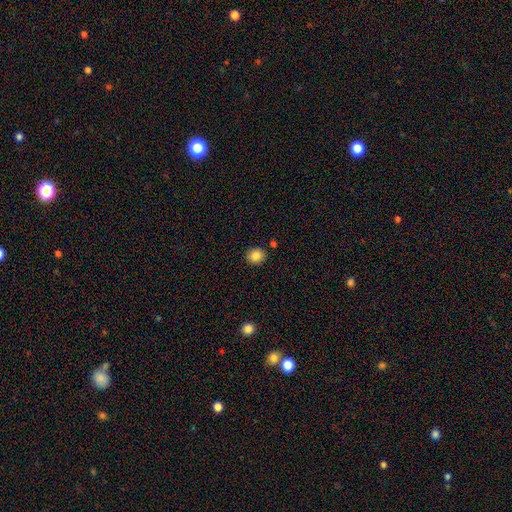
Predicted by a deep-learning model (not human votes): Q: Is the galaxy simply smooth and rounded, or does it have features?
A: smooth — 86%.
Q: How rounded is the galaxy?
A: round — 79%.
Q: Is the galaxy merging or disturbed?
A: none — 87%.